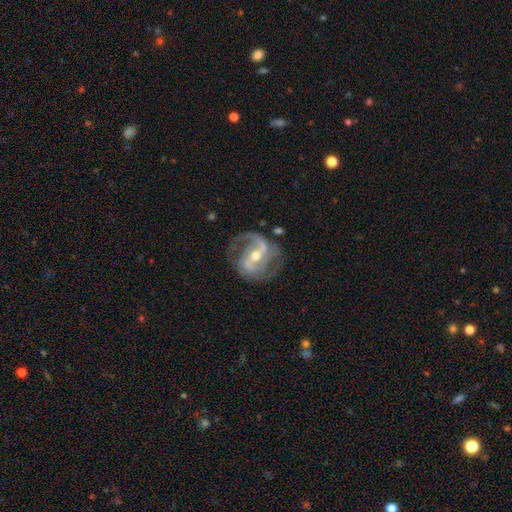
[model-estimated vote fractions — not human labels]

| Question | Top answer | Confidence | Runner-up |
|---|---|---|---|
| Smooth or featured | featured or disk | 90% | star or artifact (5%) |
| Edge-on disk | no | 97% | yes (3%) |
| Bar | strong | 44% | weak (39%) |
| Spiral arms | yes | 96% | no (4%) |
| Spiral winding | medium | 54% | loose (23%) |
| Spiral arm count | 2 | 82% | 1 (5%) |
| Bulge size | moderate | 61% | small (35%) |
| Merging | none | 69% | minor disturbance (18%) |